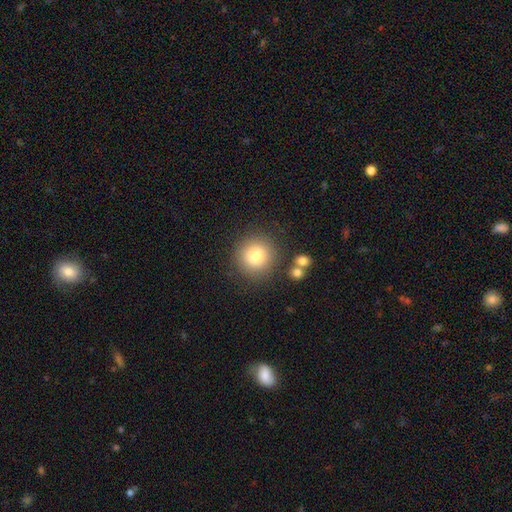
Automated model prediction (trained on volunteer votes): Q: Smooth or featured?
A: smooth (80%); runner-up: star or artifact (11%)
Q: How rounded?
A: round (94%); runner-up: in between (5%)
Q: Merging?
A: none (84%); runner-up: minor disturbance (8%)